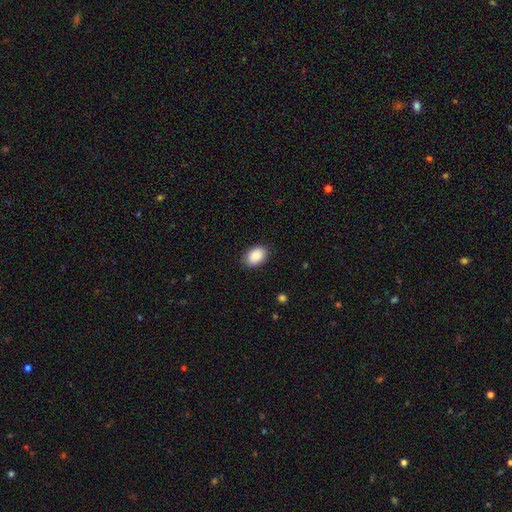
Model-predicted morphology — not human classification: Smooth or featured? Predicted: smooth (p=0.89). How rounded? Predicted: in between (p=0.86). Merging? Predicted: none (p=0.86).